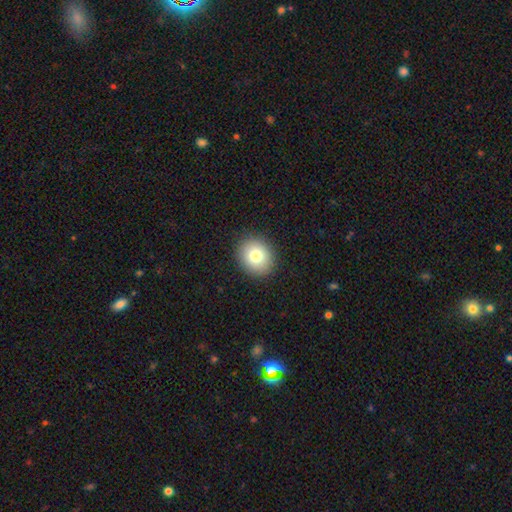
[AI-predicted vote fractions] Q: Smooth or featured?
A: smooth (80%); runner-up: featured or disk (10%)
Q: How rounded?
A: round (69%); runner-up: in between (30%)
Q: Merging?
A: none (91%); runner-up: minor disturbance (6%)